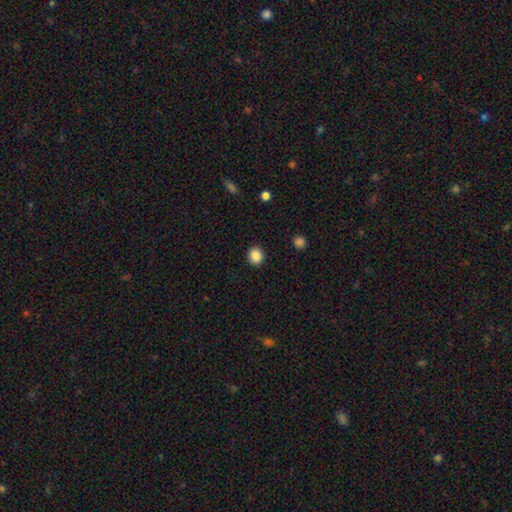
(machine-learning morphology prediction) The model was most divided on "how rounded": round: 79%, in between: 20%, cigar-shaped: 1%. More confident: merging — none (91%); smooth or featured — smooth (87%).